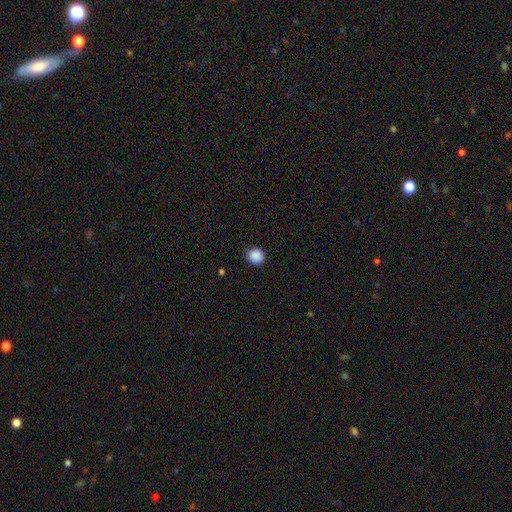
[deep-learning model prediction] Overall: smooth (89%). How rounded: round (90%). Merging: none (90%).